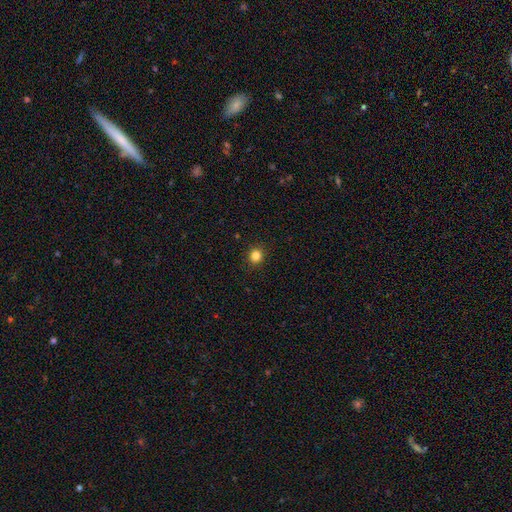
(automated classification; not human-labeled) The model was most divided on "smooth or featured": smooth: 83%, star or artifact: 12%, featured or disk: 4%. More confident: merging — none (92%); how rounded — round (86%).